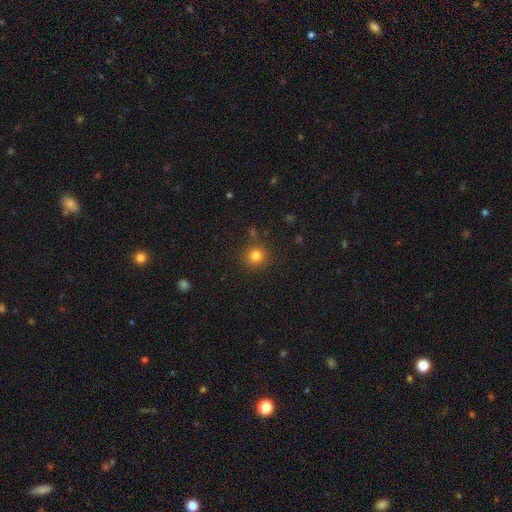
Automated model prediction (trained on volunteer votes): smooth 82%, star or artifact 13%, featured or disk 5%. Down the decision tree: how rounded — round (91%); merging — none (83%).